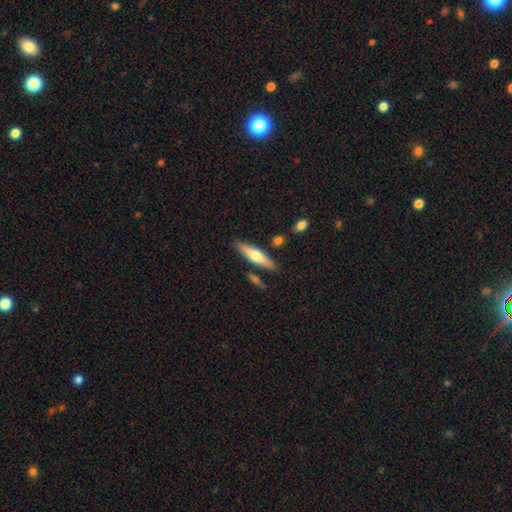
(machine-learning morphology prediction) A smooth galaxy with no disk features (52%) that is cigar-shaped (74%).

Vote fractions:
- Smooth or featured? smooth: 52% / featured or disk: 42% / star or artifact: 6%
- How rounded? cigar-shaped: 74% / in between: 25% / round: 2%
- Merging? none: 82% / minor disturbance: 11% / merger: 5% / major disturbance: 2%